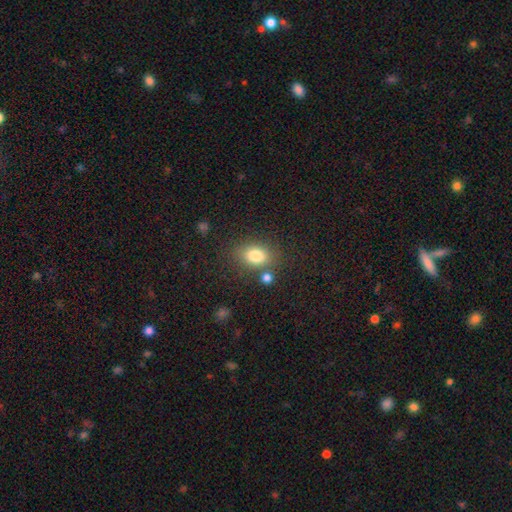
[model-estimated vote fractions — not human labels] A smooth galaxy with no disk features (82%) that is in between round and cigar-shaped (74%). Merging: none (72%).